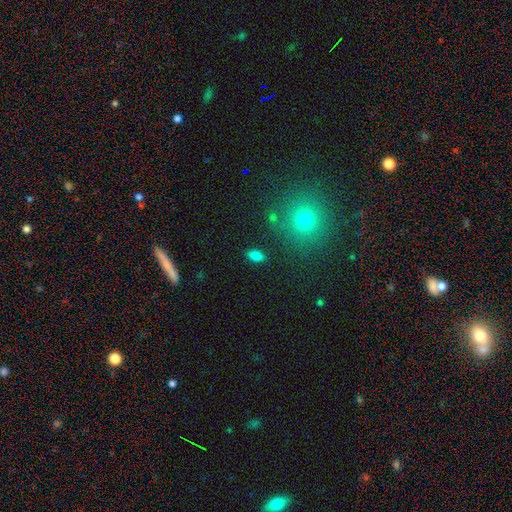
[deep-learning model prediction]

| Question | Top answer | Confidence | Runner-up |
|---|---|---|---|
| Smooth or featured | smooth | 82% | star or artifact (11%) |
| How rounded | in between | 89% | round (6%) |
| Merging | none | 86% | minor disturbance (9%) |